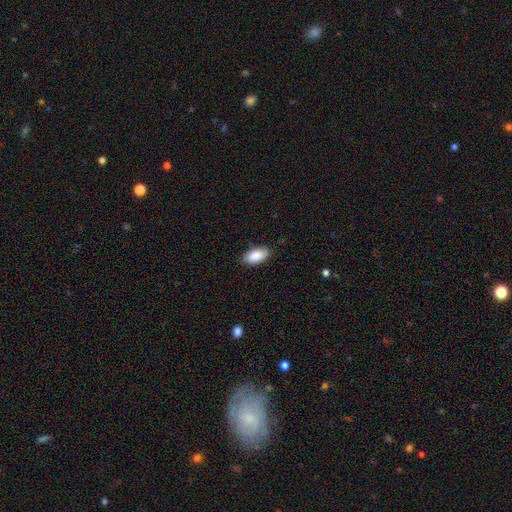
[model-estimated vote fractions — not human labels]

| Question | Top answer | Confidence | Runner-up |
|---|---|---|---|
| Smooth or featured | smooth | 89% | star or artifact (6%) |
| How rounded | in between | 94% | cigar-shaped (4%) |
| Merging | none | 83% | minor disturbance (13%) |